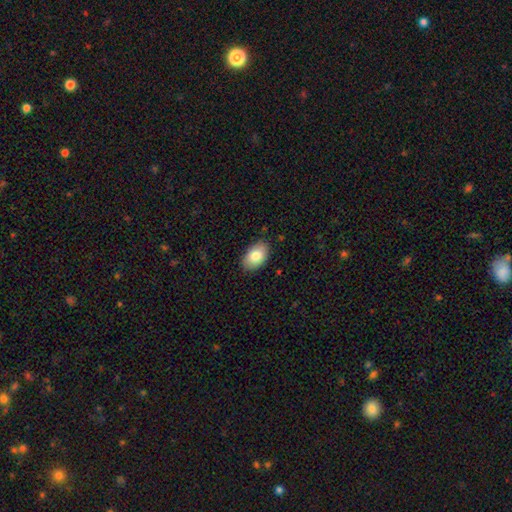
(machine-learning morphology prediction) This appears to be a smooth galaxy with no disk features (84%) that is in between round and cigar-shaped (92%). Merging: none (85%).